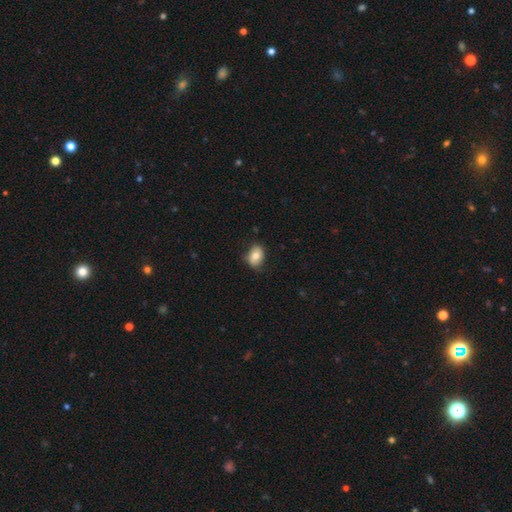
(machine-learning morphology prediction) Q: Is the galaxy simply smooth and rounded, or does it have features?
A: smooth — 75%.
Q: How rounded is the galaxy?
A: in between — 72%.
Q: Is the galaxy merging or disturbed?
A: none — 73%.